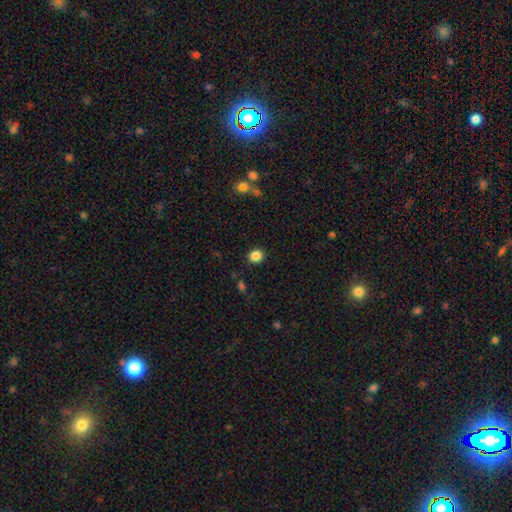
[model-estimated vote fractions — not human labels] This appears to be a smooth galaxy with no disk features (86%) that is round (75%). Merging: none (89%).